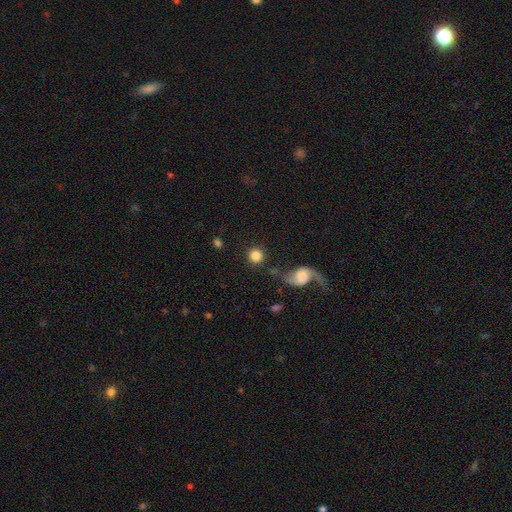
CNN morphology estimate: A smooth galaxy with no disk features (80%) that is round (94%). Merging: none (81%).